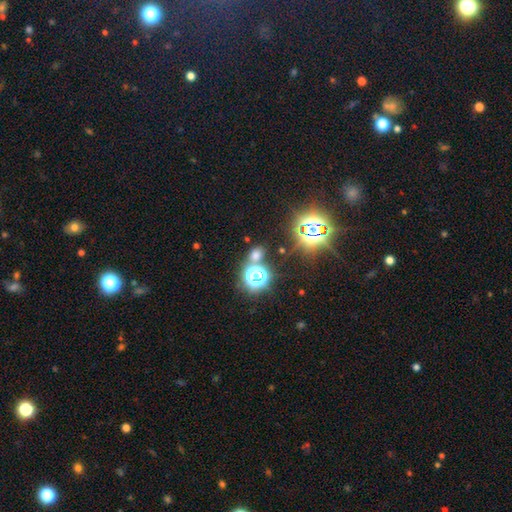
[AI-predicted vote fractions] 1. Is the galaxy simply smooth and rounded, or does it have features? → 49% smooth, 44% star or artifact, 7% featured or disk.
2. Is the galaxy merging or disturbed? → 70% none, 17% merger, 9% minor disturbance, 4% major disturbance.